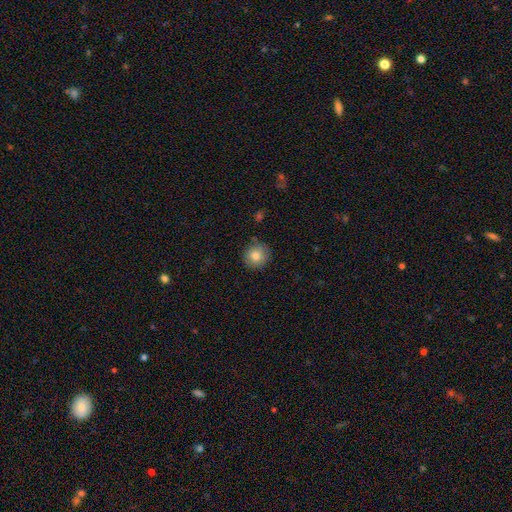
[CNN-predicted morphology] Q: Smooth or featured?
A: smooth (81%); runner-up: featured or disk (10%)
Q: How rounded?
A: round (91%); runner-up: in between (8%)
Q: Merging?
A: none (83%); runner-up: minor disturbance (13%)